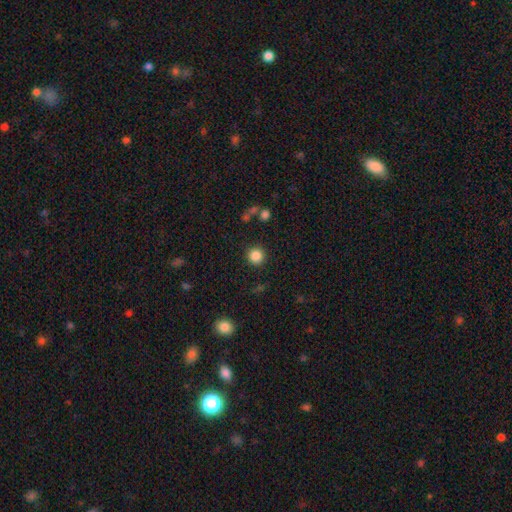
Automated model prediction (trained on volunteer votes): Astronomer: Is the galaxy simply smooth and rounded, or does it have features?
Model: smooth — 85%.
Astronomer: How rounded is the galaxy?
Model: round — 94%.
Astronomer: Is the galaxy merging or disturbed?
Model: none — 89%.